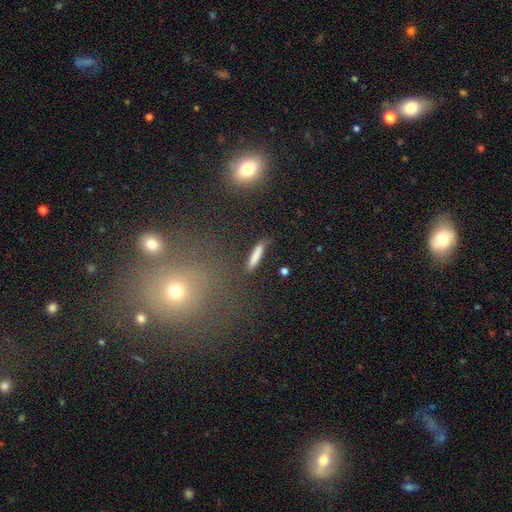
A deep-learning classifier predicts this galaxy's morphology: A smooth galaxy with no disk features (81%) that is cigar-shaped (86%). Merging: none (79%).